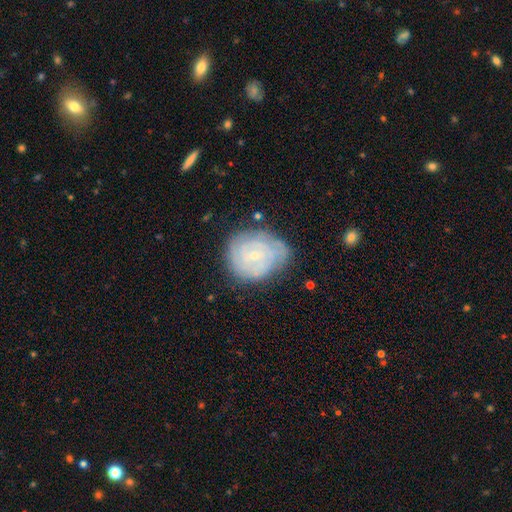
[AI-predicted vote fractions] This is likely a featured or disk galaxy (70%). It is clearly not viewed edge-on (97%). Bar: likely no (66%). Spiral arm pattern: clearly yes (86%). Spiral arm count: possibly can't tell (48%). Spiral winding: likely tight (76%). Central bulge: clearly small (81%). Merging: likely none (65%).